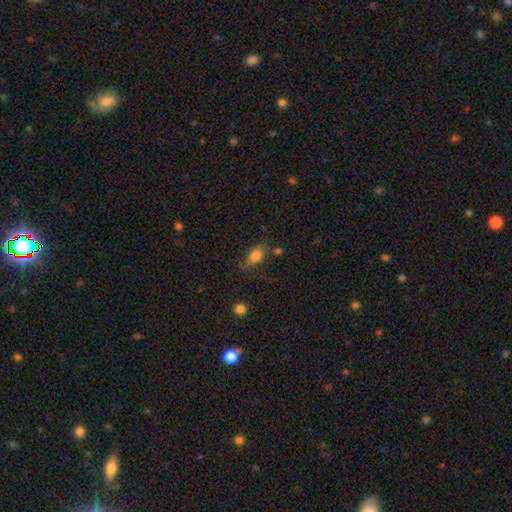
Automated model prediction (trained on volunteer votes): A smooth galaxy with no disk features (78%) that is in between round and cigar-shaped (87%).

Vote fractions:
- Smooth or featured? smooth: 78% / featured or disk: 14% / star or artifact: 9%
- How rounded? in between: 87% / round: 7% / cigar-shaped: 6%
- Merging? none: 67% / minor disturbance: 20% / major disturbance: 8% / merger: 5%